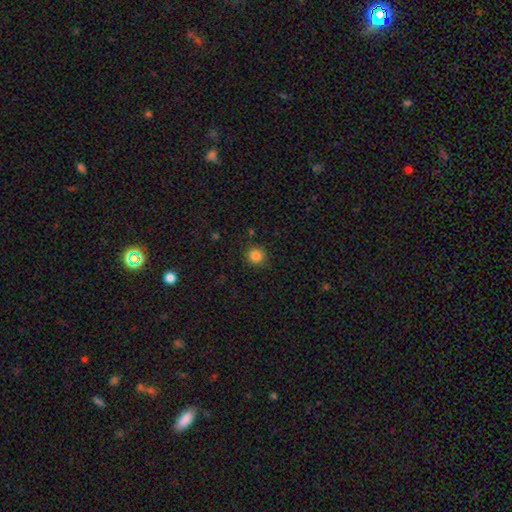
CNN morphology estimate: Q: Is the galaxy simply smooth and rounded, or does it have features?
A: smooth — 85%.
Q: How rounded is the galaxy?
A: round — 92%.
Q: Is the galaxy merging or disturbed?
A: none — 88%.